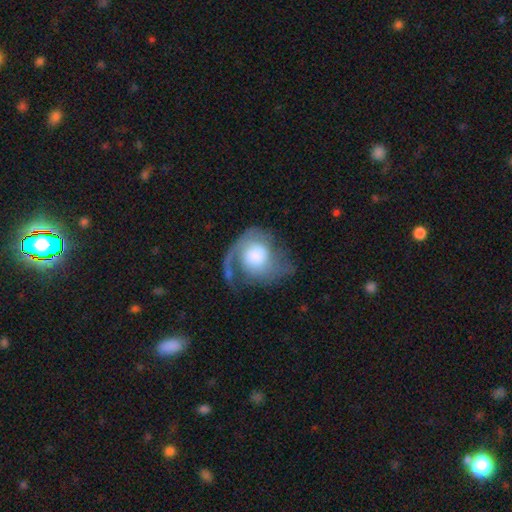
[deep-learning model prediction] This appears to be a featured or disk galaxy (69%) with no bar (76%), 2 (54%) medium (40%) spiral arms (87%) and a large central bulge (49%). Merging: none (45%).